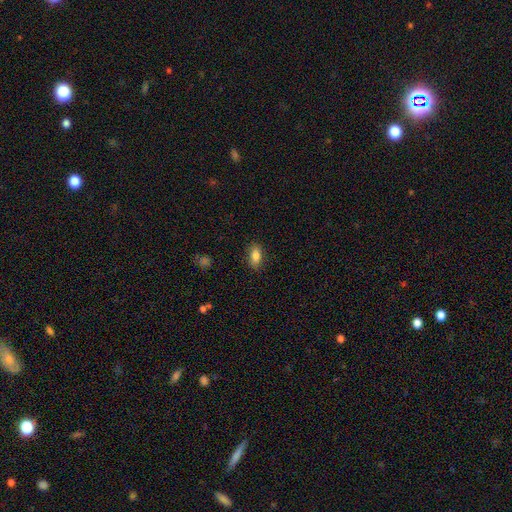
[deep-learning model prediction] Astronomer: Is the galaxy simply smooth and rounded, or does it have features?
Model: smooth — 84%.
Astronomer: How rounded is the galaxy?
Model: in between — 88%.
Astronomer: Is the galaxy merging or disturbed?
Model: none — 86%.